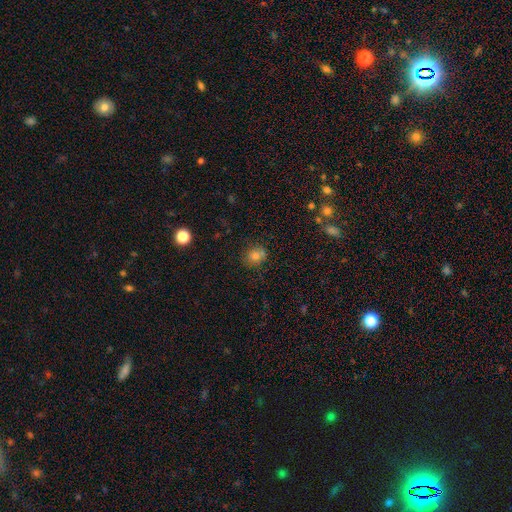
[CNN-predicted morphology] type=smooth (75%); roundness=round (76%); merging=none (71%).